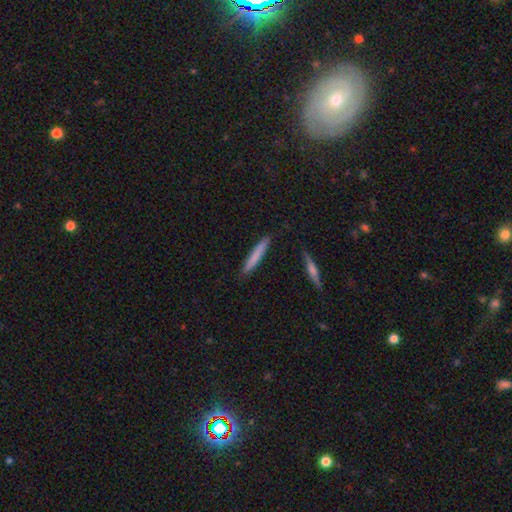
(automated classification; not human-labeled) This appears to be a smooth galaxy with no disk features (75%) that is cigar-shaped (95%). Merging: none (89%).